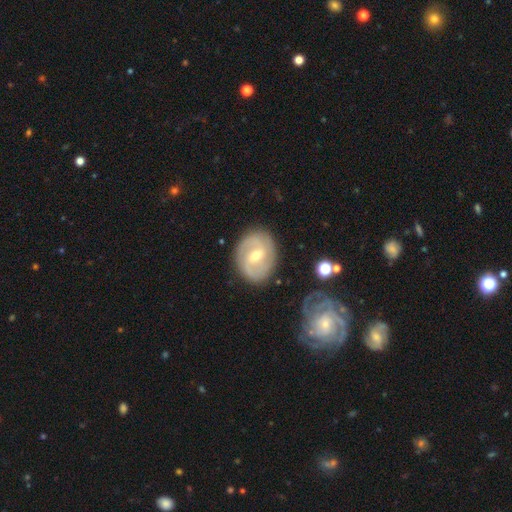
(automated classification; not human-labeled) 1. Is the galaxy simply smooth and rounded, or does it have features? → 74% featured or disk, 20% smooth, 6% star or artifact.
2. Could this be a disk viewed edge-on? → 97% no, 3% yes.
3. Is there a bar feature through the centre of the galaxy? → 55% weak, 24% strong, 22% no.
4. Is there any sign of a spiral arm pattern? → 87% yes, 13% no.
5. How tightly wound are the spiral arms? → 41% tight (tied), 41% medium (tied), 19% loose.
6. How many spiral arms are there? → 73% 2, 15% can't tell, 6% 3, 3% 1, 2% 4, 2% more than 4.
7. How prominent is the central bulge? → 63% moderate, 33% small, 2% large, 1% none, 1% dominant.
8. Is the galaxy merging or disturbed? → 81% none, 13% minor disturbance, 4% major disturbance, 2% merger.